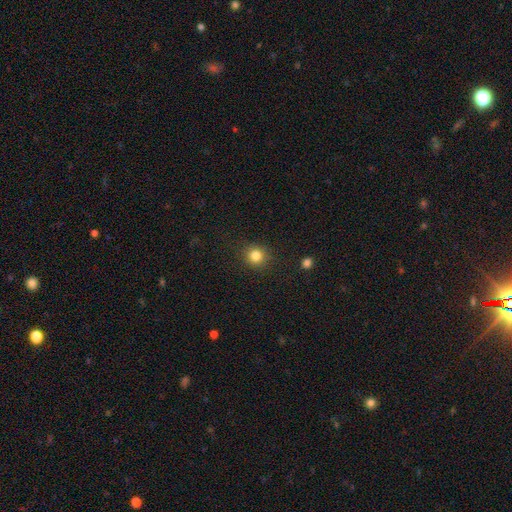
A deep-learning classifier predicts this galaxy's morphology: Smooth or featured? smooth (83%)
How rounded? round (90%)
Merging? none (89%)